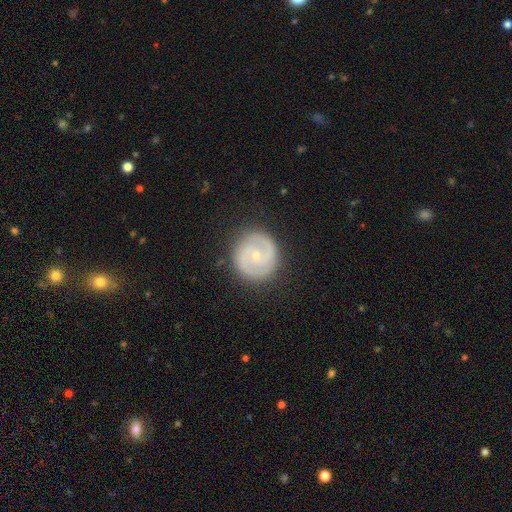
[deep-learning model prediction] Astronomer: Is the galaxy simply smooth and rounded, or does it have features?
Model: featured or disk — 78%.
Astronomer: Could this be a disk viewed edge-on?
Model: no — 98%.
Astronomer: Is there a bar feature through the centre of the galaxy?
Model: no — 63%.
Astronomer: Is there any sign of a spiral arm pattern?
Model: yes — 87%.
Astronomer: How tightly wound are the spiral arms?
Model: tight — 55% (runner-up: medium, 37%).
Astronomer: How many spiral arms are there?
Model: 2 — 82%.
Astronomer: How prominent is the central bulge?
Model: small — 70%.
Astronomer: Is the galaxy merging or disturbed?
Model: none — 87%.